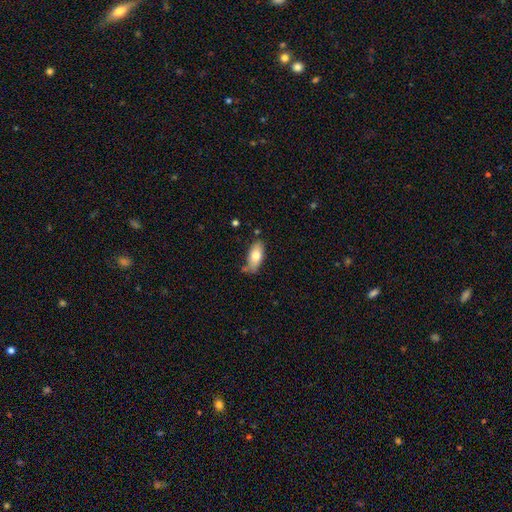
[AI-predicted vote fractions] smooth 74%, featured or disk 19%, star or artifact 7%. Down the decision tree: how rounded — in between (87%); merging — none (67%).